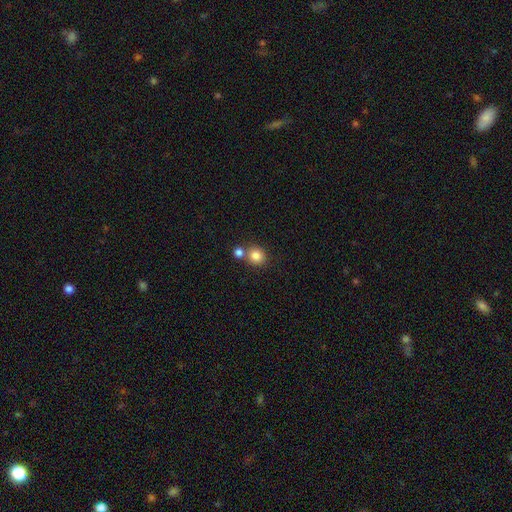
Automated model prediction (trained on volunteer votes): Smooth or featured? Predicted: smooth (p=0.84). How rounded? Predicted: round (p=0.86). Merging? Predicted: none (p=0.62).